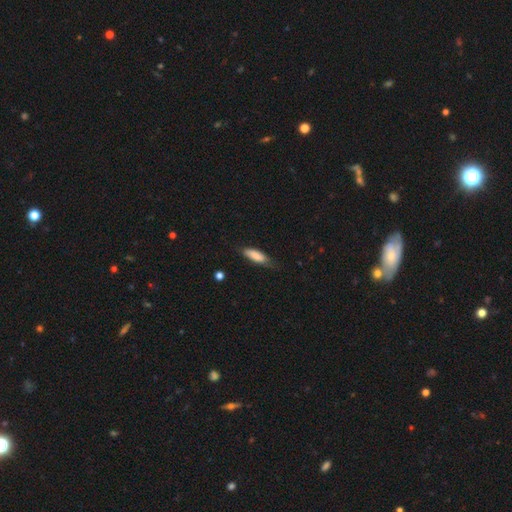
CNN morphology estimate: smooth-or-featured: smooth: 83% | featured or disk: 11% | star or artifact: 6%
  how-rounded: in between: 56% | cigar-shaped: 42% | round: 2%
  merging: none: 62% | minor disturbance: 29% | major disturbance: 7% | merger: 2%